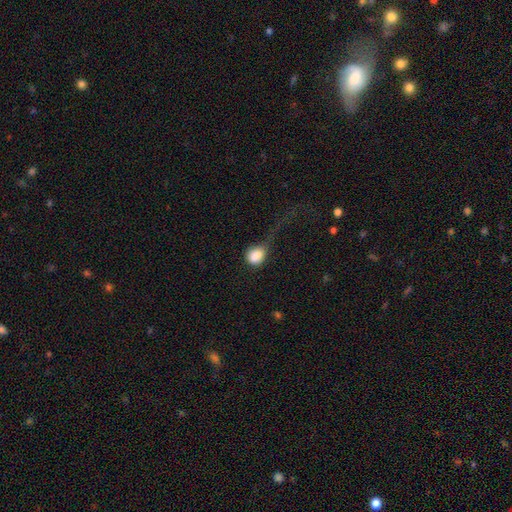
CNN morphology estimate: Overall: smooth (83%). How rounded: round (56%; in between 42%). Merging: major disturbance (51%; minor disturbance 22%).